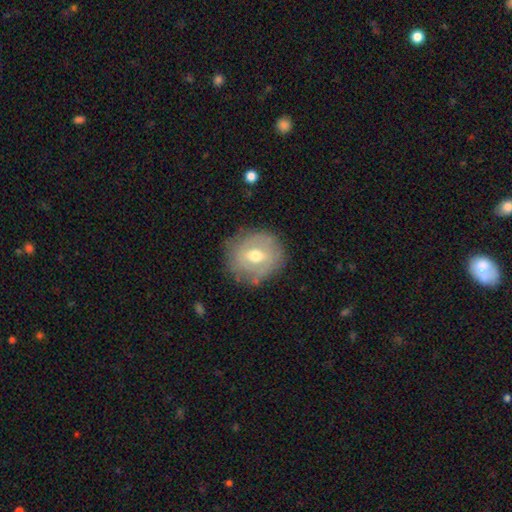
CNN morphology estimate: Q: Smooth or featured?
A: featured or disk (50%); runner-up: smooth (43%)
Q: Edge-on disk?
A: no (94%); runner-up: yes (6%)
Q: Merging?
A: none (77%); runner-up: minor disturbance (16%)